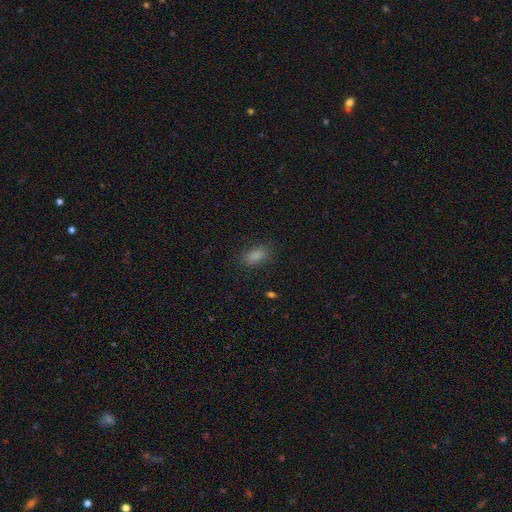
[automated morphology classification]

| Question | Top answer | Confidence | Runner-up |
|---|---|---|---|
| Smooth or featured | smooth | 86% | star or artifact (10%) |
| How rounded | in between | 90% | cigar-shaped (5%) |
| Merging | none | 84% | minor disturbance (12%) |